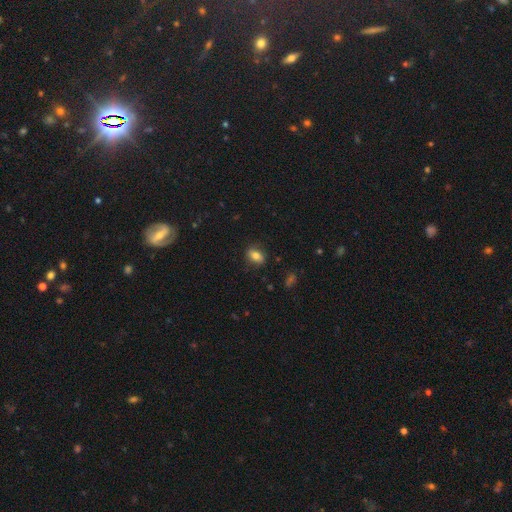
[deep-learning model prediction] Morphology: type=smooth (77%); roundness=in between (76%); merging=none (82%).